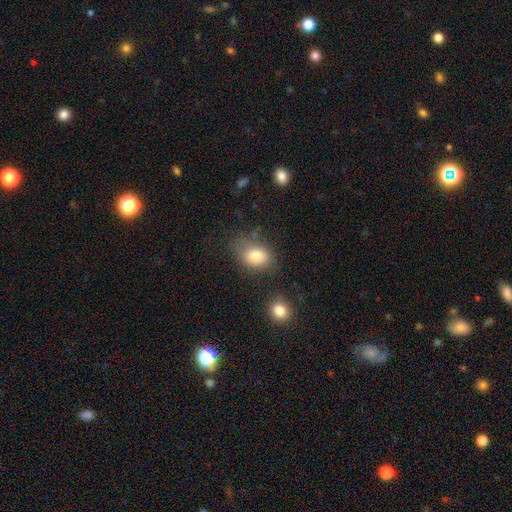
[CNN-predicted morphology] smooth 81%, featured or disk 10%, star or artifact 9%. Down the decision tree: how rounded — in between (74%); merging — none (59%).